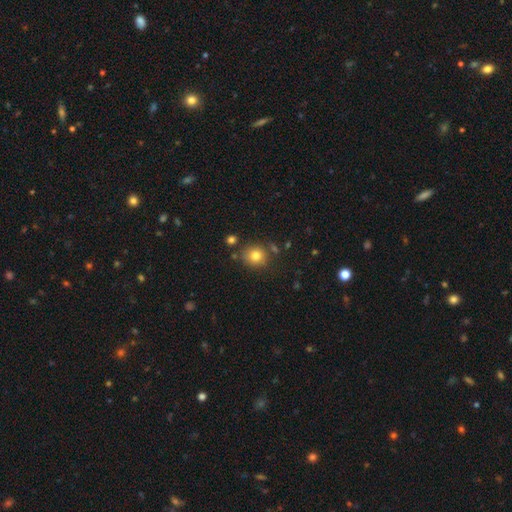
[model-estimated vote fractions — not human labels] A smooth galaxy with no disk features (80%) that is round (80%).

Vote fractions:
- Smooth or featured? smooth: 80% / star or artifact: 12% / featured or disk: 8%
- How rounded? round: 80% / in between: 19% / cigar-shaped: 1%
- Merging? none: 78% / minor disturbance: 12% / merger: 7% / major disturbance: 3%